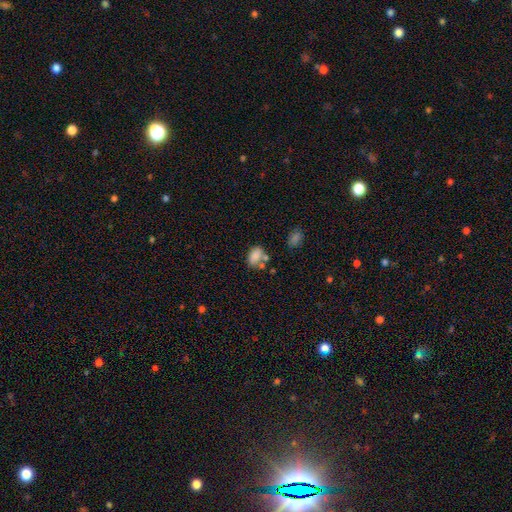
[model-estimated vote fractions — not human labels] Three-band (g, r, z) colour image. It shows a smooth galaxy with no disk features (82%) that is in between round and cigar-shaped (85%). Merging: none (51%).